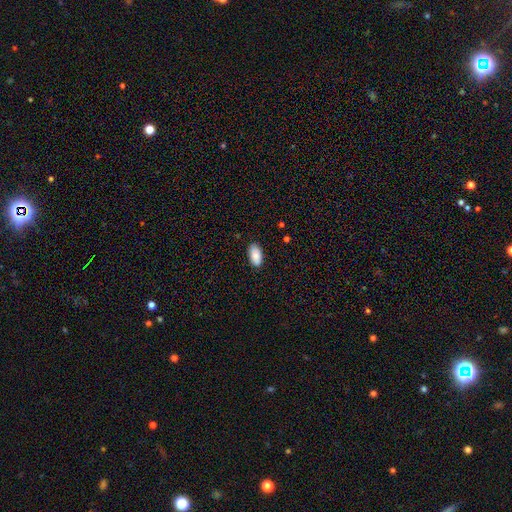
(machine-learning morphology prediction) Smooth or featured? smooth (89%)
How rounded? in between (94%)
Merging? none (88%)